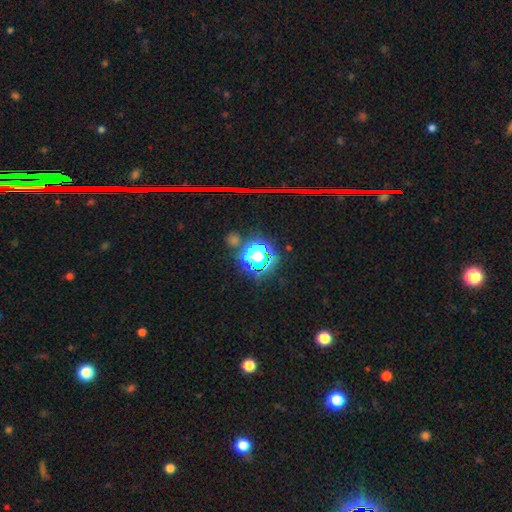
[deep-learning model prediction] A star or artifact, not a galaxy (78%).

Vote fractions:
- Smooth or featured? star or artifact: 78% / smooth: 15% / featured or disk: 8%